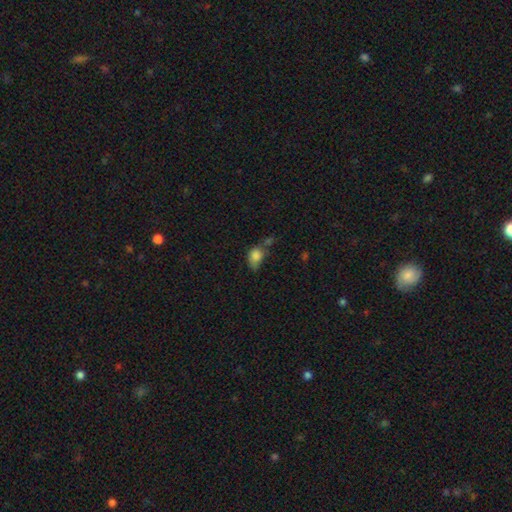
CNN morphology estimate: A smooth galaxy with no disk features (80%) that is in between round and cigar-shaped (67%). Merging: minor disturbance (31%).